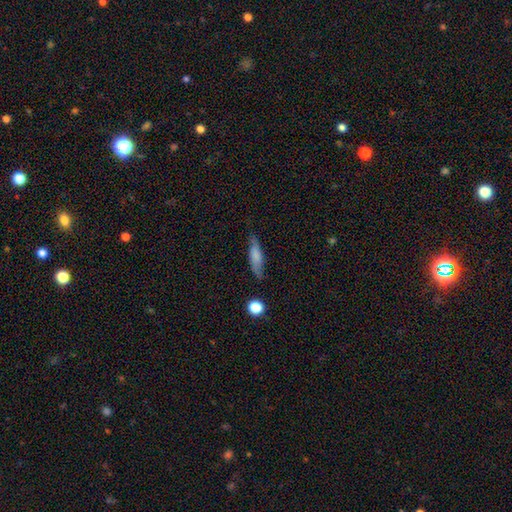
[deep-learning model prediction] This is likely a smooth galaxy (65%). How rounded: likely cigar-shaped (65%). Merging: likely none (72%).